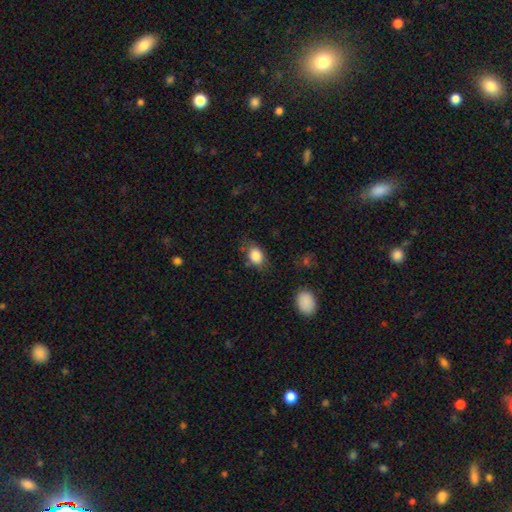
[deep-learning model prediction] smooth 86%, star or artifact 8%, featured or disk 6%. Down the decision tree: how rounded — in between (71%); merging — none (70%).